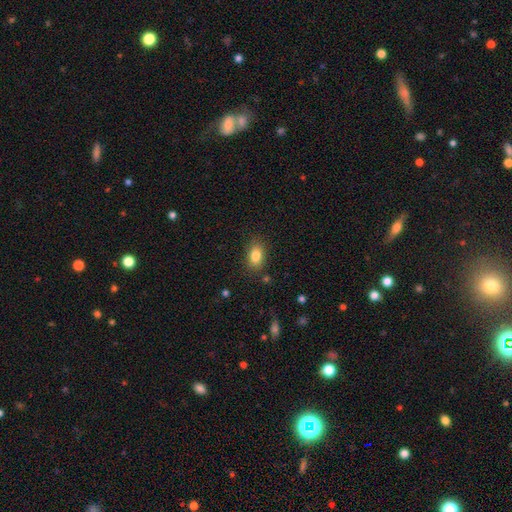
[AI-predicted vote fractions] A smooth galaxy with no disk features (83%) that is in between round and cigar-shaped (85%).

Vote fractions:
- Smooth or featured? smooth: 83% / star or artifact: 9% / featured or disk: 8%
- How rounded? in between: 85% / round: 13% / cigar-shaped: 2%
- Merging? none: 84% / minor disturbance: 12% / major disturbance: 3% / merger: 2%